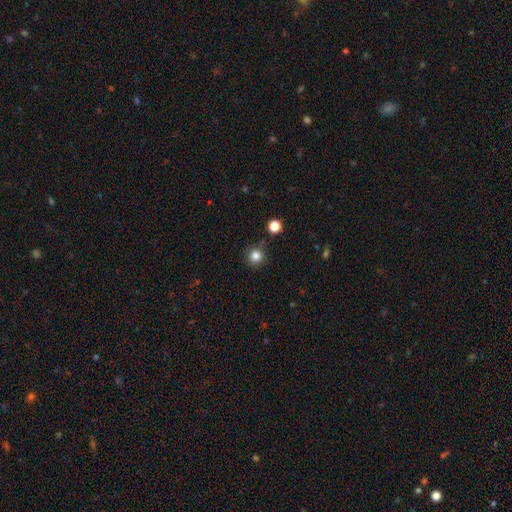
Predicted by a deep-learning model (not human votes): smooth 83%, star or artifact 13%, featured or disk 5%. Down the decision tree: how rounded — round (95%); merging — none (86%).